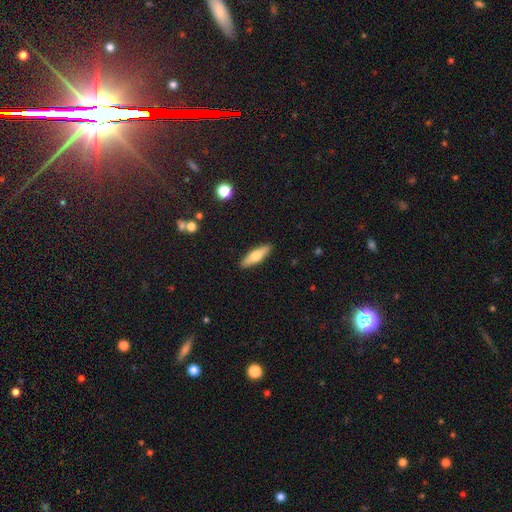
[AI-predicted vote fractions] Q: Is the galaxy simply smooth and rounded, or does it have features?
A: smooth — 56%.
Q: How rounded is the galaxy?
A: cigar-shaped — 61%.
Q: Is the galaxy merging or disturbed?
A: none — 90%.